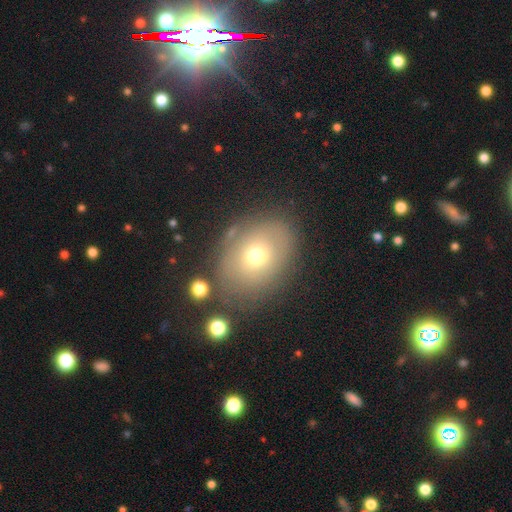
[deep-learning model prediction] Morphology: type=smooth (64%); roundness=in between (62%); merging=none (74%).